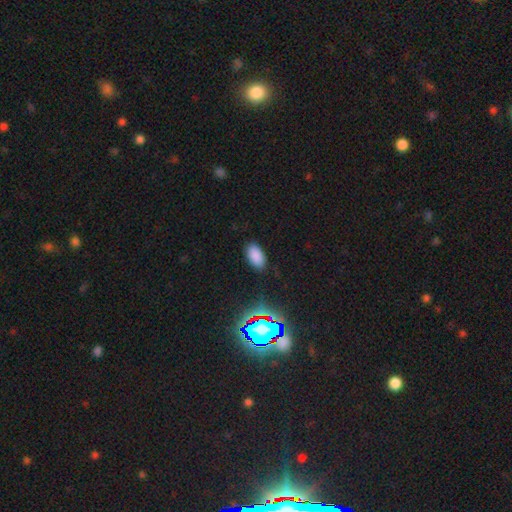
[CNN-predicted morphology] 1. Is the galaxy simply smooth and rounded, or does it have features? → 81% smooth, 14% star or artifact, 4% featured or disk.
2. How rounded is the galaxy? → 94% in between, 4% round, 2% cigar-shaped.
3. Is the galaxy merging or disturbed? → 87% none, 9% minor disturbance, 2% major disturbance, 1% merger.